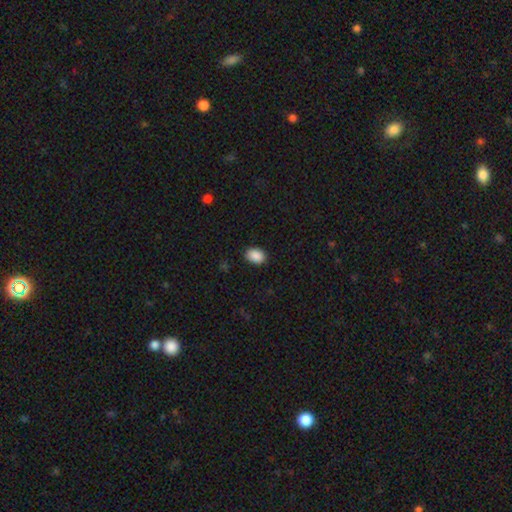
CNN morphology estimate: This appears to be a smooth galaxy with no disk features (90%) that is in between round and cigar-shaped (76%). Merging: none (88%).